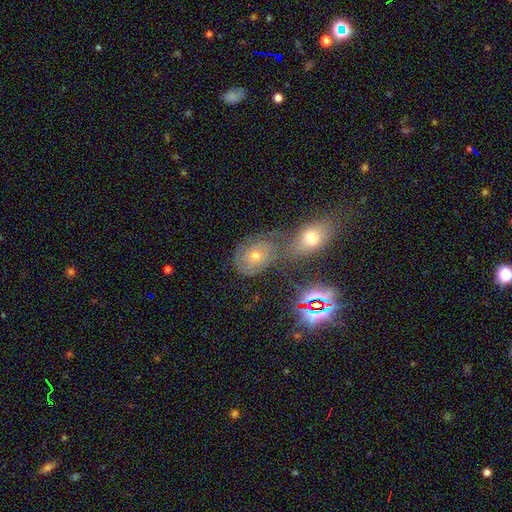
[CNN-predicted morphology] smooth_or_featured: featured or disk (p=0.49) [alt: smooth p=0.27]
merging: none (p=0.55) [alt: merger p=0.21]